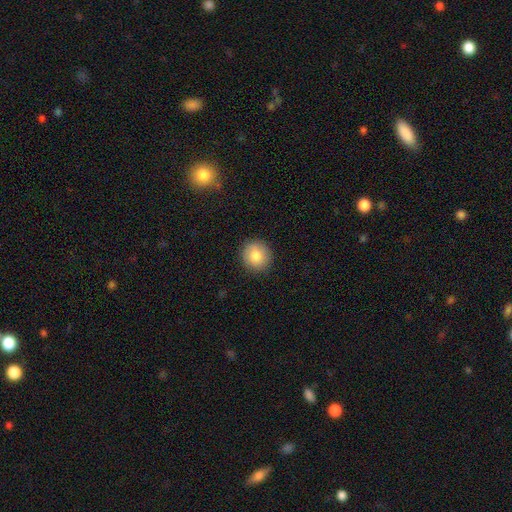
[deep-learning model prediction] This is clearly a smooth galaxy (81%). How rounded: clearly round (91%). Merging: clearly none (90%).